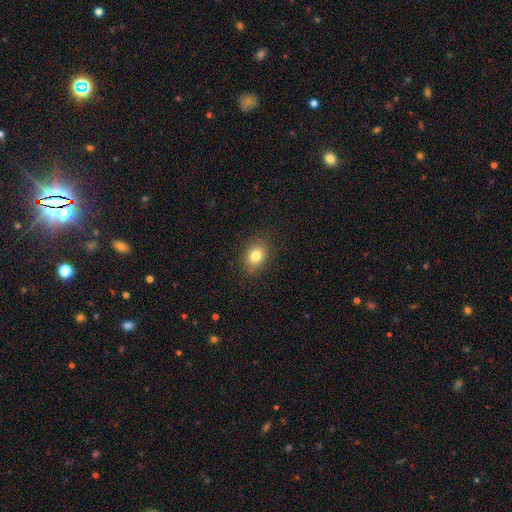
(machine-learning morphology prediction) A smooth galaxy with no disk features (81%) that is in between round and cigar-shaped (60%).

Vote fractions:
- Smooth or featured? smooth: 81% / star or artifact: 10% / featured or disk: 8%
- How rounded? in between: 60% / round: 39% / cigar-shaped: 1%
- Merging? none: 85% / minor disturbance: 11% / major disturbance: 3% / merger: 1%